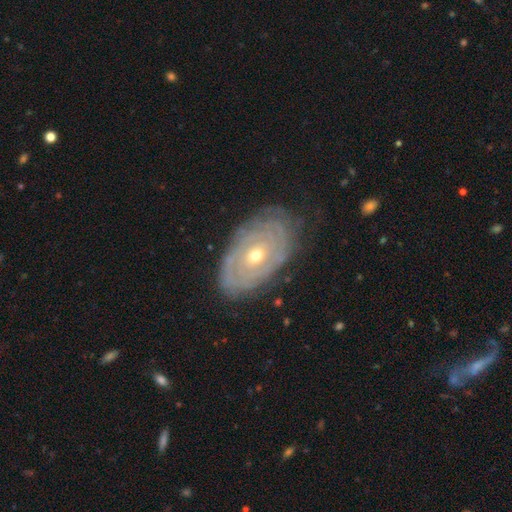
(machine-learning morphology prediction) A featured or disk galaxy (80%) with no bar (78%), tight (82%) spiral arms (81%) and a moderate central bulge (55%). Merging: none (79%).